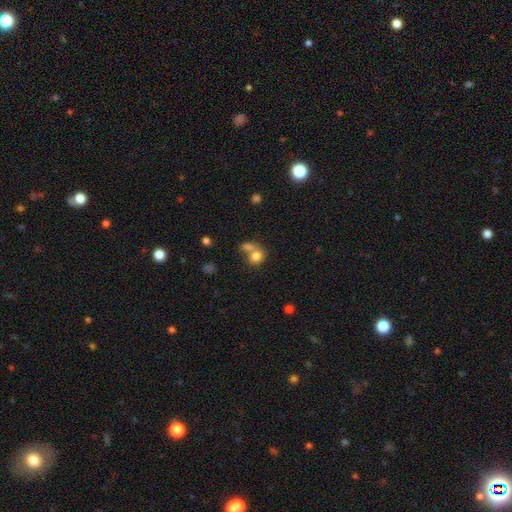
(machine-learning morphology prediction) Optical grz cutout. It shows a smooth galaxy with no disk features (78%) that is round (67%). Merging: merger (50%).